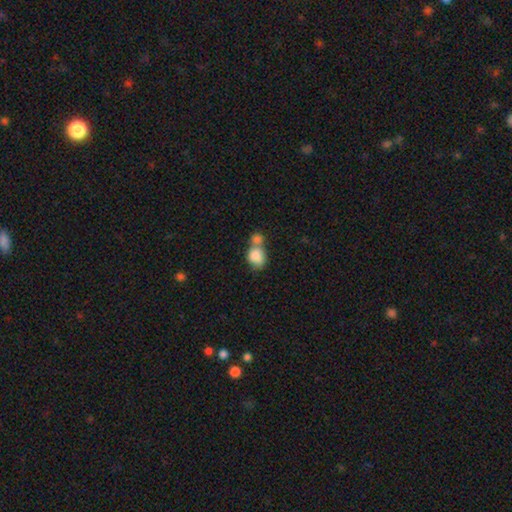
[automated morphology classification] smooth_or_featured: smooth (p=0.82) [alt: featured or disk p=0.10]
how_rounded: in between (p=0.52) [alt: round p=0.46]
merging: merger (p=0.64) [alt: none p=0.22]